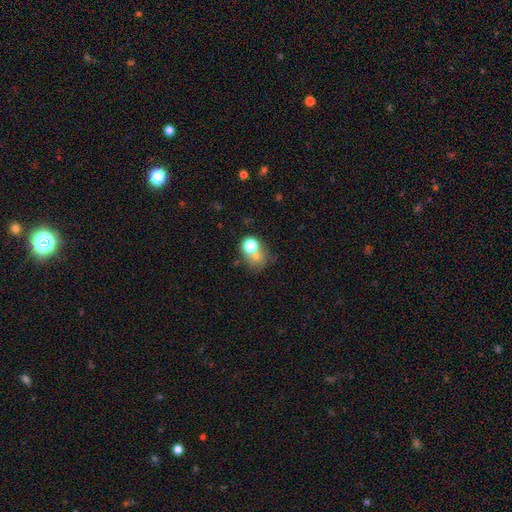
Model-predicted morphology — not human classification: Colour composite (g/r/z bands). It shows a smooth galaxy with no disk features (64%) that is round (67%). Merging: merger (40%).